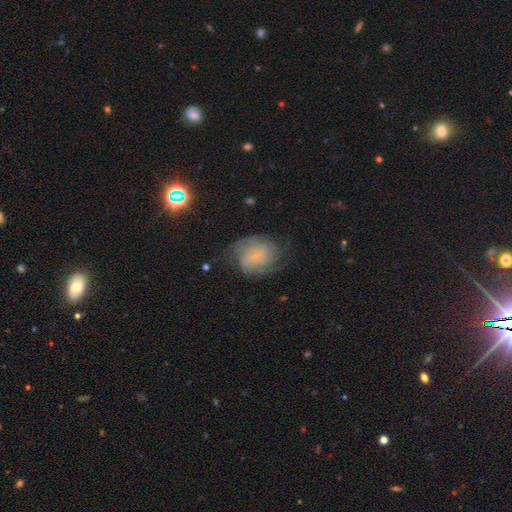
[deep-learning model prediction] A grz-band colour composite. It shows a featured or disk galaxy (66%) with no bar (64%), medium (41%) spiral arms (90%) and a small central bulge (74%). Merging: none (61%).